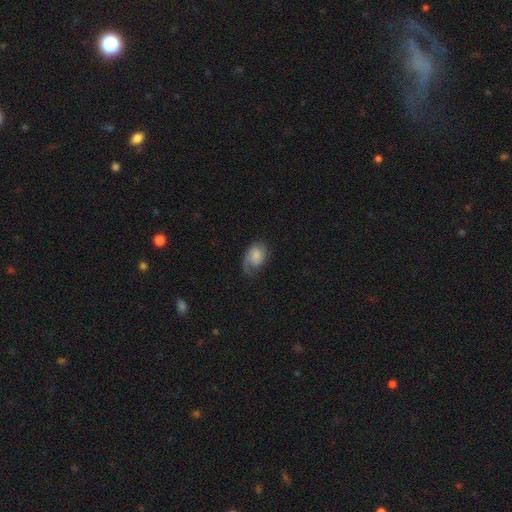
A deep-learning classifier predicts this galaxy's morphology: smooth_or_featured: smooth (p=0.49) [alt: featured or disk p=0.43]
merging: none (p=0.49) [alt: minor disturbance p=0.28]